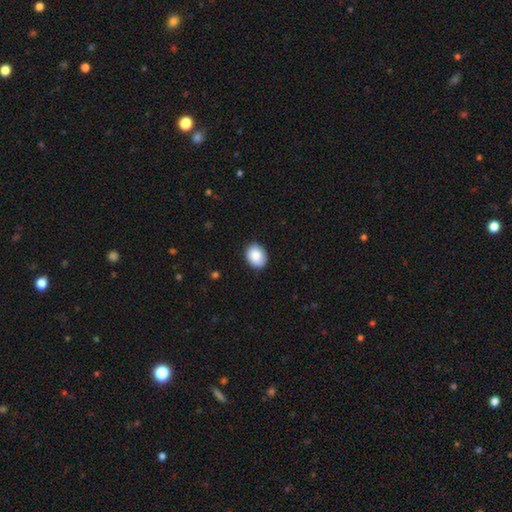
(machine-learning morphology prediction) A smooth galaxy with no disk features (88%) that is in between round and cigar-shaped (63%).

Vote fractions:
- Smooth or featured? smooth: 88% / star or artifact: 7% / featured or disk: 5%
- How rounded? in between: 63% / round: 36% / cigar-shaped: 1%
- Merging? none: 86% / minor disturbance: 11% / major disturbance: 2% / merger: 1%